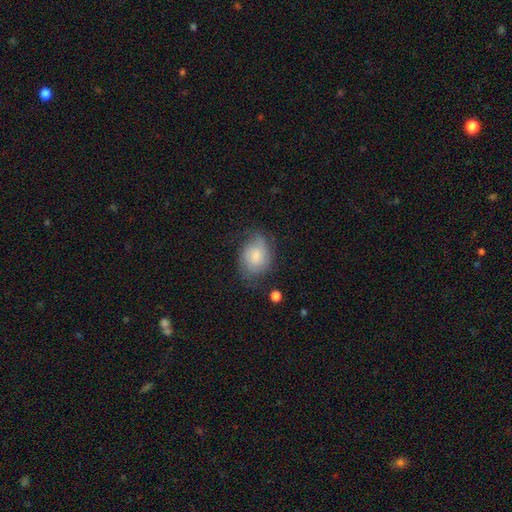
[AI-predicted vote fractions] Smooth or featured? Predicted: smooth (p=0.53). How rounded? Predicted: in between (p=0.64). Merging? Predicted: none (p=0.60).